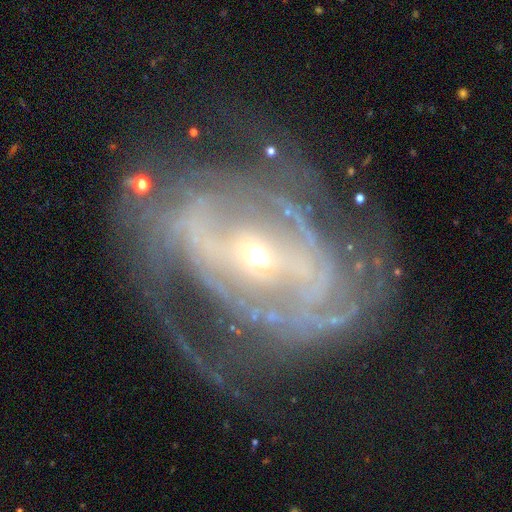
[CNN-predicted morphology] Smooth or featured? Predicted: featured or disk (p=0.88). Edge-on disk? Predicted: no (p=0.95). Bar? Predicted: strong (p=0.41). Spiral arms? Predicted: yes (p=0.88). Spiral winding? Predicted: tight (p=0.52). Spiral arm count? Predicted: can't tell (p=0.35). Bulge size? Predicted: small (p=0.70). Merging? Predicted: none (p=0.58).